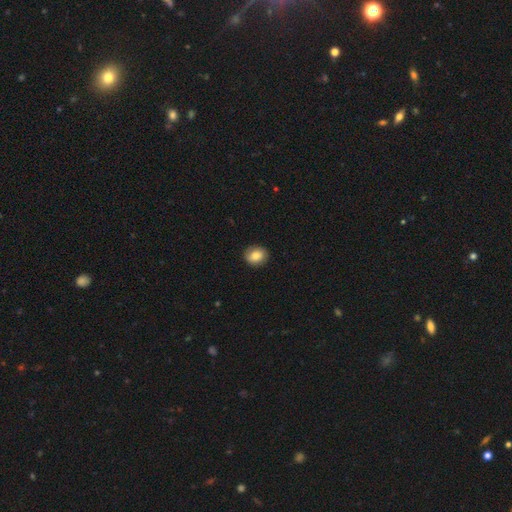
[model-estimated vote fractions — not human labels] Smooth or featured: smooth — 81% (featured or disk — 10%)
How rounded: round — 65% (in between — 34%)
Merging: none — 89% (minor disturbance — 8%)